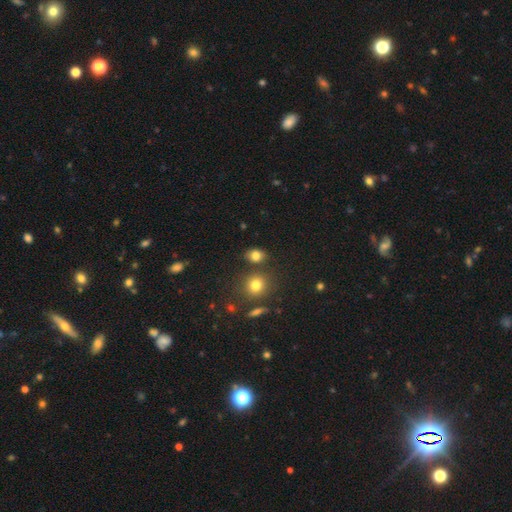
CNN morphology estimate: Smooth or featured? Predicted: smooth (p=0.81). How rounded? Predicted: in between (p=0.51). Merging? Predicted: none (p=0.76).